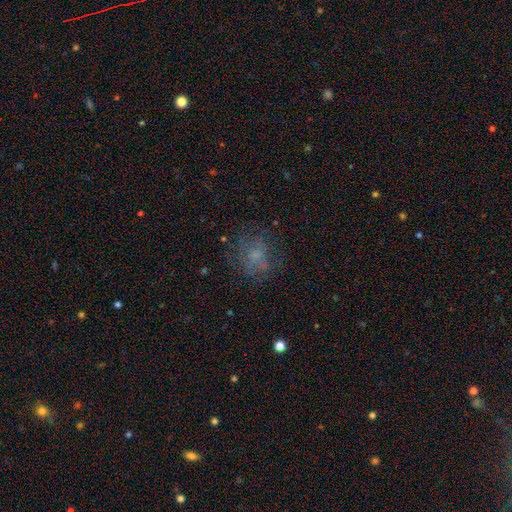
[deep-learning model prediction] Smooth or featured?
  - smooth: 50% *
  - featured or disk: 32%
  - star or artifact: 18%
How rounded?
  - round: 70% *
  - in between: 29%
  - cigar-shaped: 1%
Merging?
  - none: 62% *
  - minor disturbance: 18%
  - major disturbance: 17%
  - merger: 2%